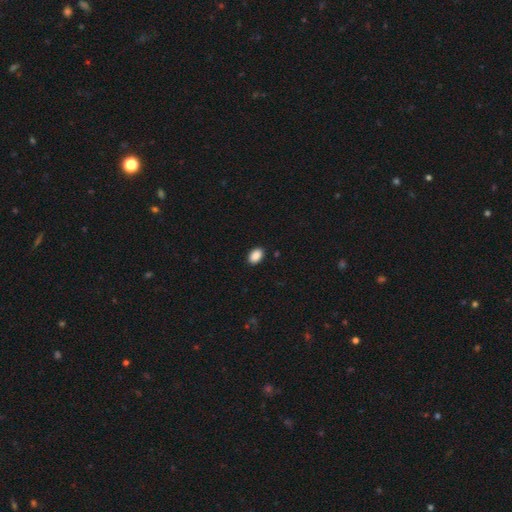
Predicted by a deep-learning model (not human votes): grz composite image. It shows a smooth galaxy with no disk features (89%) that is in between round and cigar-shaped (86%). Merging: none (90%).